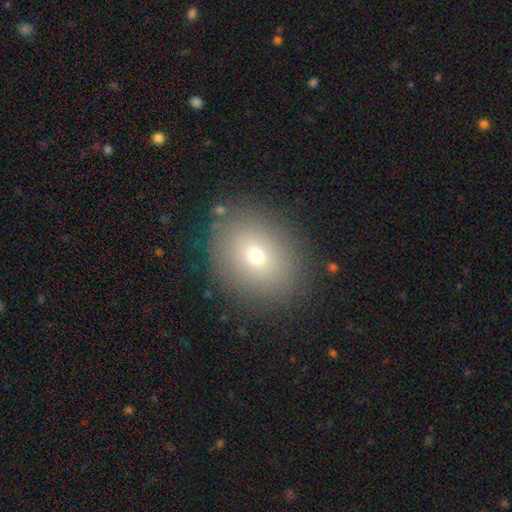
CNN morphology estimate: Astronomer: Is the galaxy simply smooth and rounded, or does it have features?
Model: smooth — 69%.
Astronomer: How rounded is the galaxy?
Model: round — 53% (runner-up: in between, 46%).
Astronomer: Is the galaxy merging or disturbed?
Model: none — 86%.